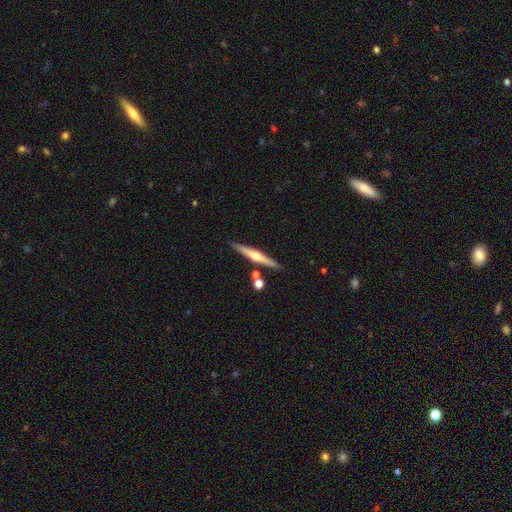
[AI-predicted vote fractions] Smooth or featured: featured or disk — 64% (smooth — 30%)
Edge-on disk: yes — 97% (no — 3%)
Edge-on bulge: rounded — 89% (none — 8%)
Merging: none — 85% (minor disturbance — 8%)